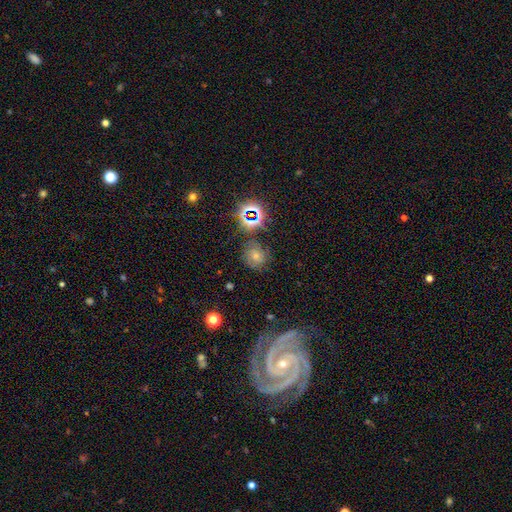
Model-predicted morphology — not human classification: Smooth or featured? smooth (42%)
Merging? none (74%)